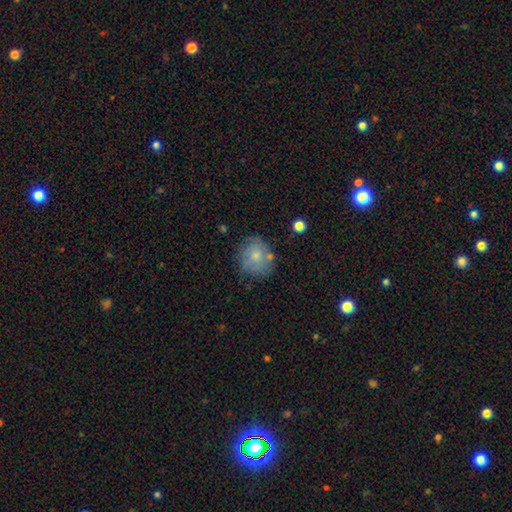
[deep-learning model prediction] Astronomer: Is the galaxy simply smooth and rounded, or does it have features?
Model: smooth — 64%.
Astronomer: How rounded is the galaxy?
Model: round — 83%.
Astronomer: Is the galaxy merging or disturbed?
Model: none — 67%.